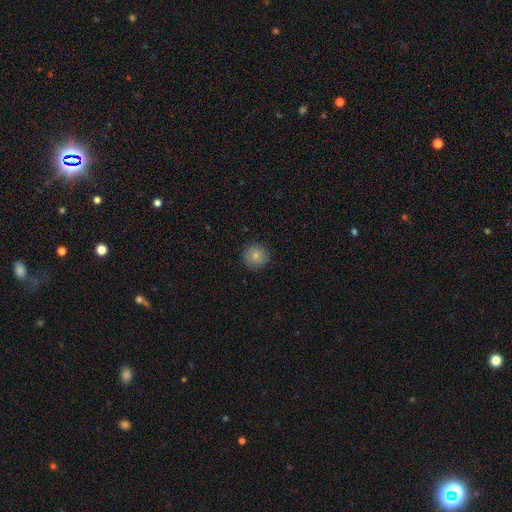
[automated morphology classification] Smooth or featured? smooth (82%)
How rounded? round (95%)
Merging? none (89%)